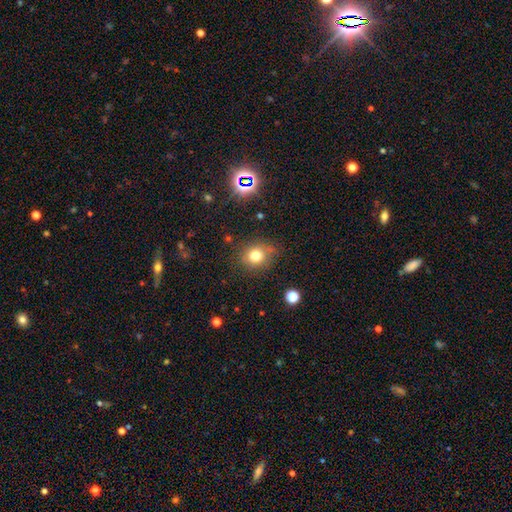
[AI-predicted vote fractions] smooth_or_featured: smooth (p=0.75) [alt: star or artifact p=0.16]
how_rounded: round (p=0.72) [alt: in between p=0.27]
merging: none (p=0.77) [alt: minor disturbance p=0.15]